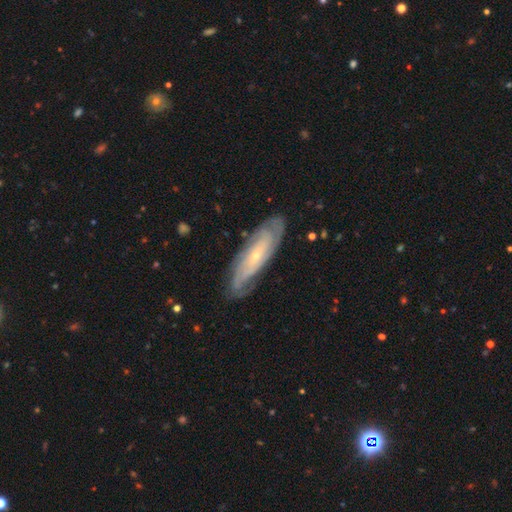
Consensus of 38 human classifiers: Q: Smooth or featured?
A: featured or disk (68%); runner-up: smooth (18%)
Q: Edge-on disk?
A: no (54%); runner-up: yes (46%)
Q: Bar?
A: no (71%); runner-up: weak (29%)
Q: Spiral arms?
A: yes (86%); runner-up: no (14%)
Q: Spiral winding?
A: tight (67%); runner-up: medium (33%)
Q: Spiral arm count?
A: can't tell (58%); runner-up: 2 (25%)
Q: Bulge size?
A: moderate (43%); tied with: small (43%)
Q: Merging?
A: none (85%); runner-up: minor disturbance (9%)